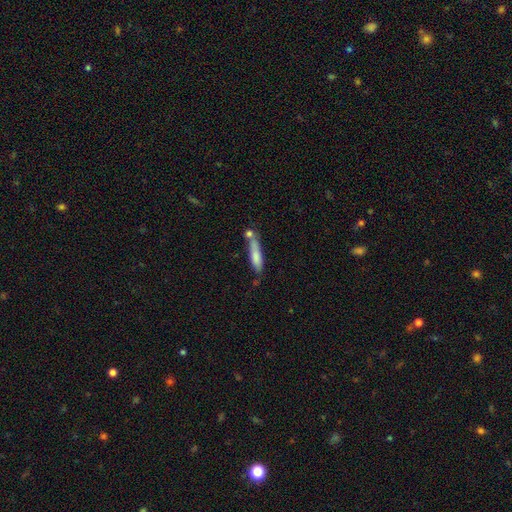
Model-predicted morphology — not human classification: Overall: smooth (72%). How rounded: cigar-shaped (81%). Merging: none (51%; merger 21%).